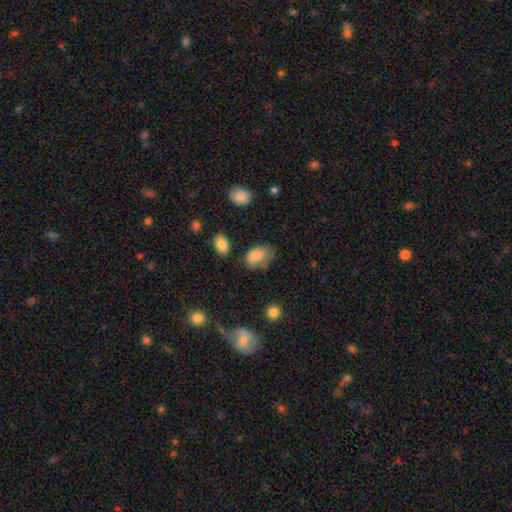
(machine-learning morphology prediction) A smooth galaxy with no disk features (83%) that is in between round and cigar-shaped (86%). Merging: none (52%).